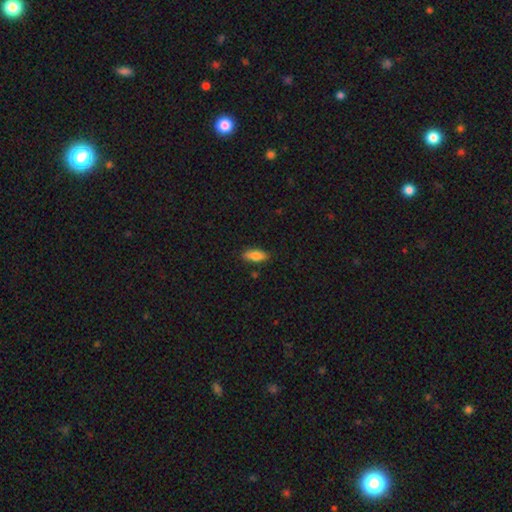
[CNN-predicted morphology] smooth-or-featured: smooth: 81% | featured or disk: 12% | star or artifact: 7%
  how-rounded: in between: 75% | cigar-shaped: 23% | round: 2%
  merging: none: 84% | minor disturbance: 12% | major disturbance: 2% | merger: 2%